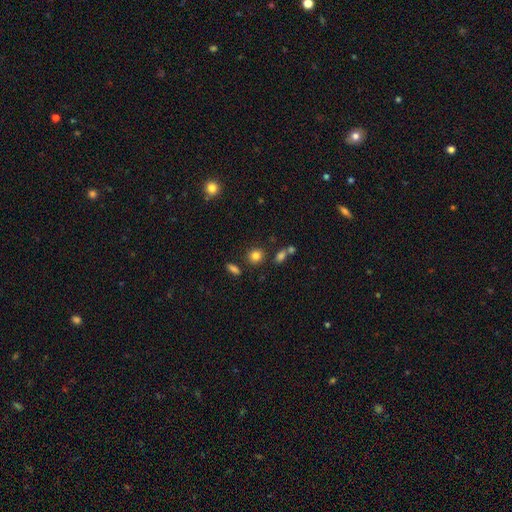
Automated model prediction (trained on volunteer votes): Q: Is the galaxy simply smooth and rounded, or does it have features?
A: smooth — 82%.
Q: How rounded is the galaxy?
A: round — 79%.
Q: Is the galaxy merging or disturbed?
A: none — 79%.